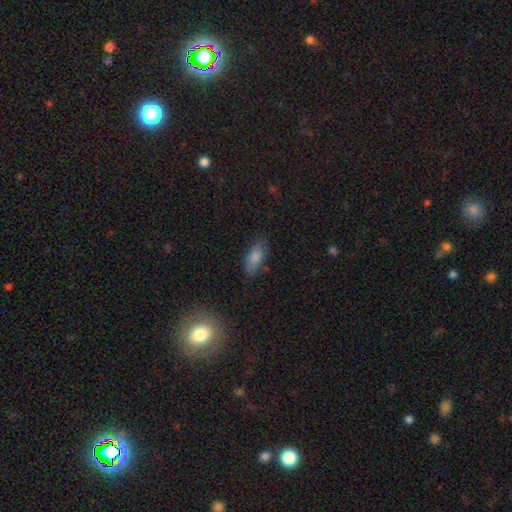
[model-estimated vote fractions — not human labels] smooth_or_featured: smooth (p=0.81) [alt: featured or disk p=0.11]
how_rounded: in between (p=0.80) [alt: cigar-shaped p=0.17]
merging: none (p=0.79) [alt: minor disturbance p=0.15]